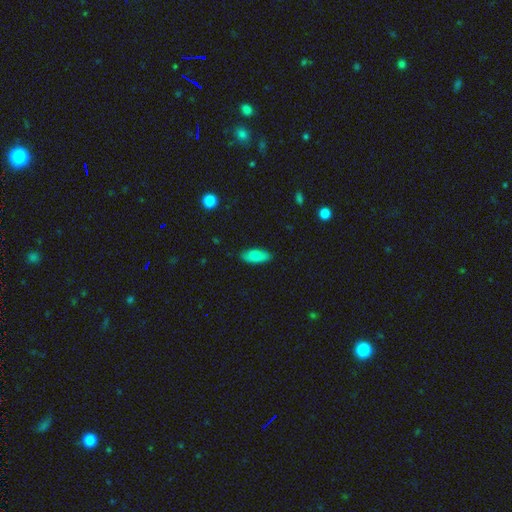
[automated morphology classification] This appears to be a smooth galaxy with no disk features (82%) that is in between round and cigar-shaped (86%). Merging: none (83%).